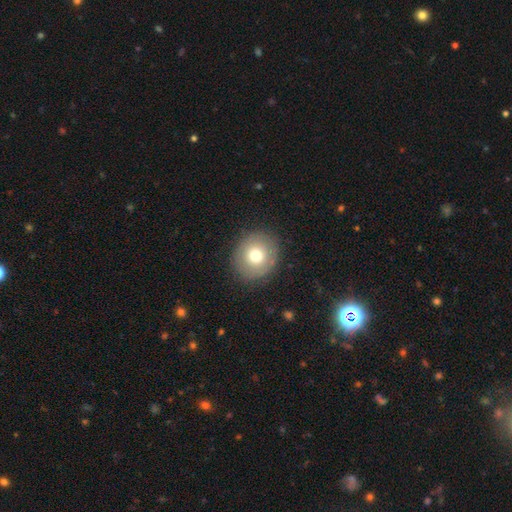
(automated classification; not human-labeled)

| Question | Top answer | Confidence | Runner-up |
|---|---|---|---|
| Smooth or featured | smooth | 71% | featured or disk (19%) |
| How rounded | round | 80% | in between (20%) |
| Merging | none | 86% | minor disturbance (10%) |